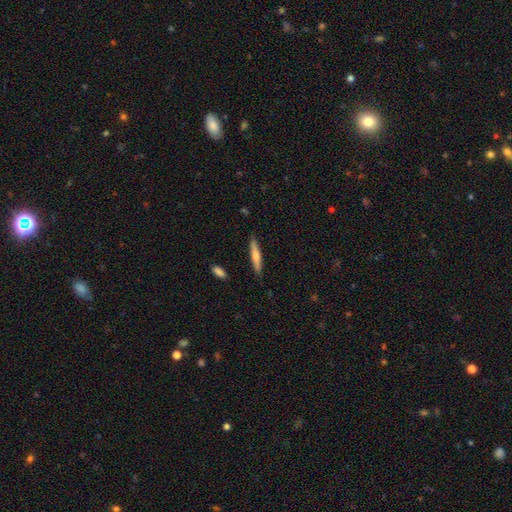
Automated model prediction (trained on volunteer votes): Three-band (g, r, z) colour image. It shows a smooth galaxy with no disk features (58%) that is cigar-shaped (90%). Merging: none (88%).